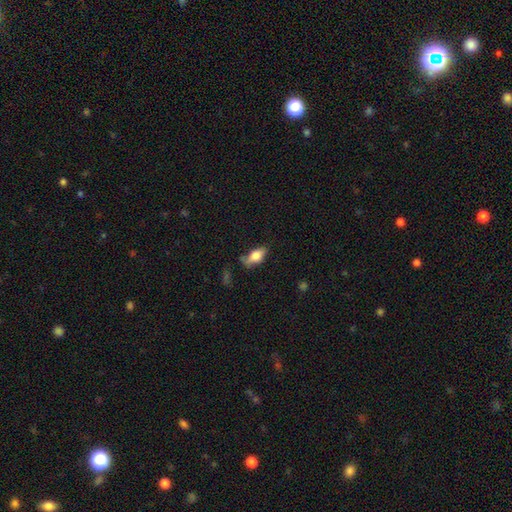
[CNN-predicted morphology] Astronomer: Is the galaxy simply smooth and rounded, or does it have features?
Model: smooth — 68%.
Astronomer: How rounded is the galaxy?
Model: in between — 84%.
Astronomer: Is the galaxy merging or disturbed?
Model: none — 47% (runner-up: minor disturbance, 32%).